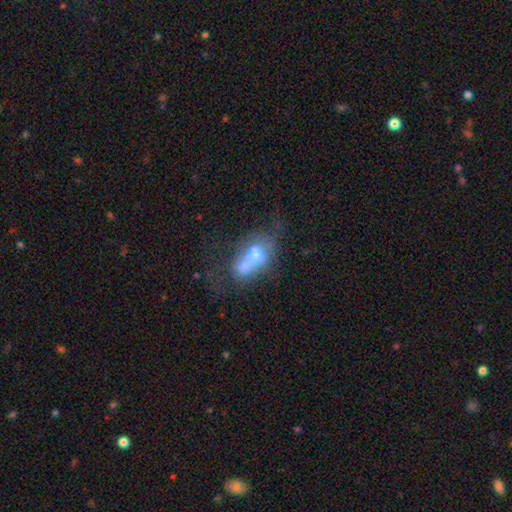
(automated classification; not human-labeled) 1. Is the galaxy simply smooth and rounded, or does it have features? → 49% smooth, 40% featured or disk, 11% star or artifact.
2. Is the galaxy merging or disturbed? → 60% merger, 19% none, 11% major disturbance, 10% minor disturbance.